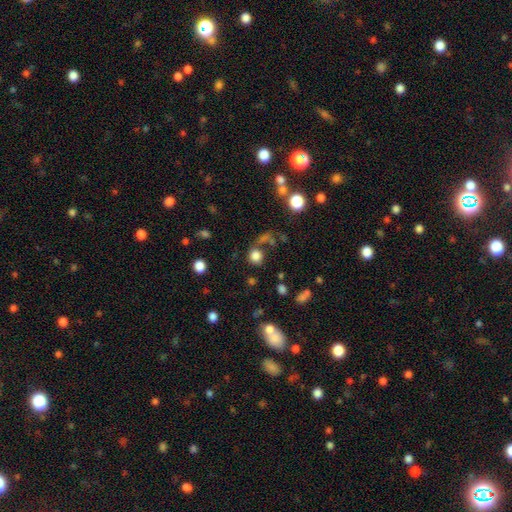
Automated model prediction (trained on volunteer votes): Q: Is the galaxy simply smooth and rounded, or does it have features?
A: smooth — 80%.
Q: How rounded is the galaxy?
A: round — 87%.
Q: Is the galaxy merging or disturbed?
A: none — 68%.